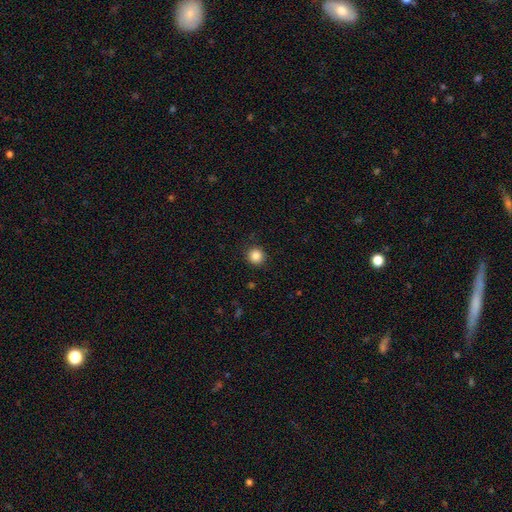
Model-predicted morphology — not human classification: smooth-or-featured: smooth: 86% | star or artifact: 11% | featured or disk: 3%
  how-rounded: round: 93% | in between: 6% | cigar-shaped: 1%
  merging: none: 91% | minor disturbance: 6% | major disturbance: 2% | merger: 1%